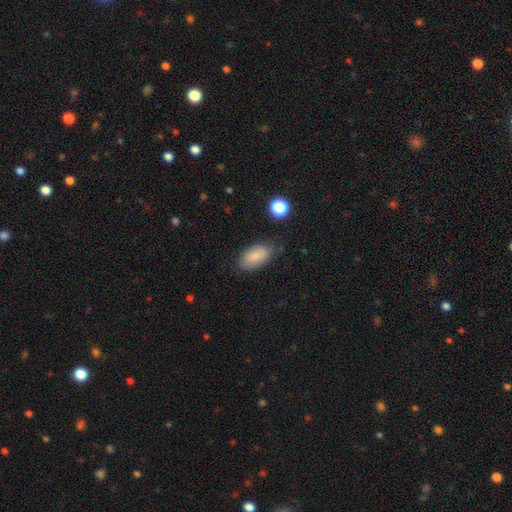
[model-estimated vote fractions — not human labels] The model was most divided on "merging": none: 75%, minor disturbance: 19%, major disturbance: 4%, merger: 2%. More confident: how rounded — in between (93%); smooth or featured — smooth (84%).